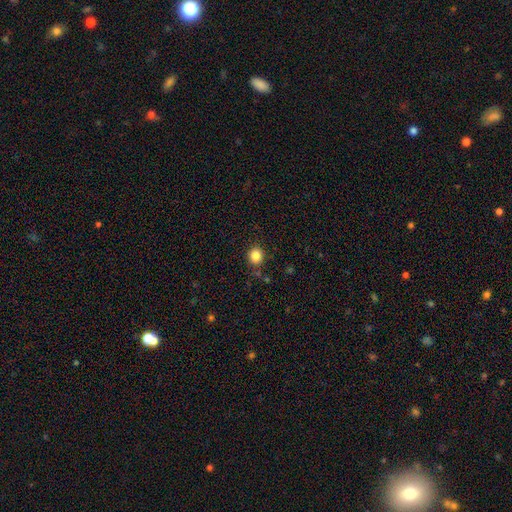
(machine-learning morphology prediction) Smooth or featured: smooth — 84% (star or artifact — 12%)
How rounded: round — 85% (in between — 14%)
Merging: none — 87% (minor disturbance — 8%)